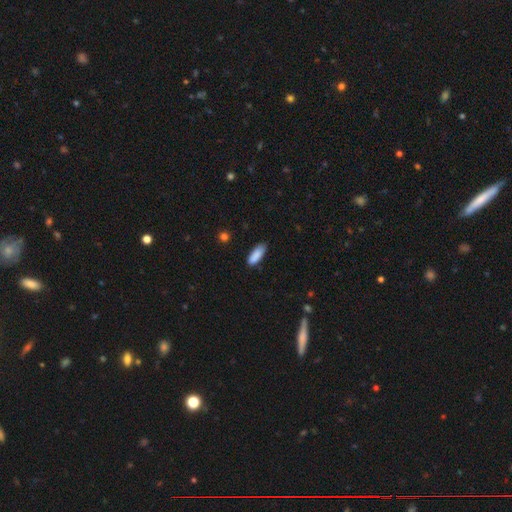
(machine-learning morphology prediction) smooth_or_featured: smooth (p=0.89) [alt: star or artifact p=0.06]
how_rounded: in between (p=0.66) [alt: cigar-shaped p=0.33]
merging: none (p=0.81) [alt: minor disturbance p=0.15]